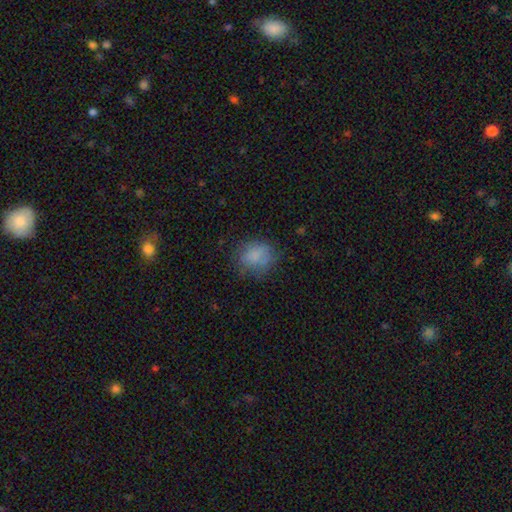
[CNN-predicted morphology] Smooth or featured: smooth — 76% (featured or disk — 13%)
How rounded: round — 60% (in between — 39%)
Merging: none — 64% (minor disturbance — 23%)